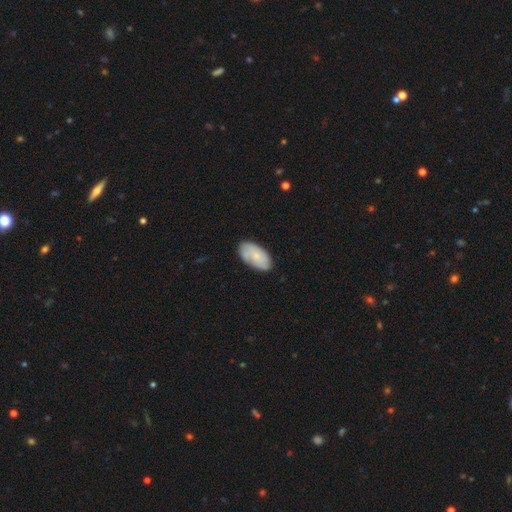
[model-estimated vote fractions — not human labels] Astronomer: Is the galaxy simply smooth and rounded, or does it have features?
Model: smooth — 70%.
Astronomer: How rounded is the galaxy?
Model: in between — 95%.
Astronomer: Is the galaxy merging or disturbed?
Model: none — 77%.